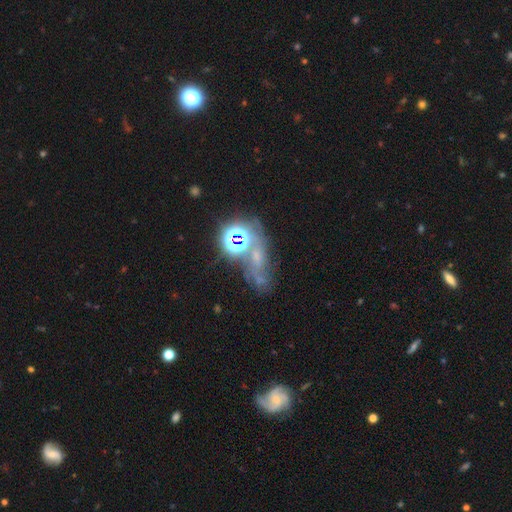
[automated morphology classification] Smooth or featured?
  - star or artifact: 61% *
  - smooth: 19%
  - featured or disk: 19%